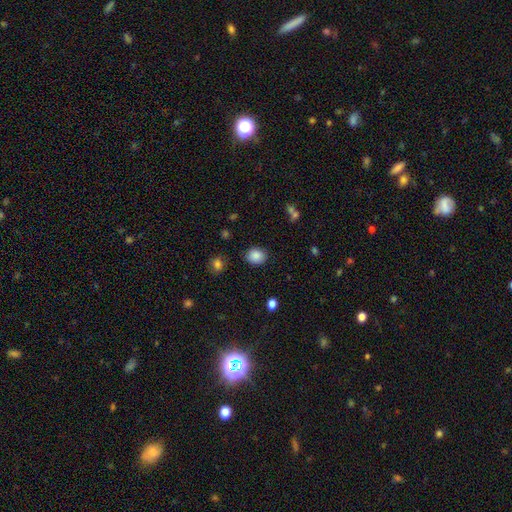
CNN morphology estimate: smooth_or_featured: smooth (p=0.87) [alt: star or artifact p=0.09]
how_rounded: round (p=0.53) [alt: in between p=0.46]
merging: none (p=0.85) [alt: minor disturbance p=0.10]